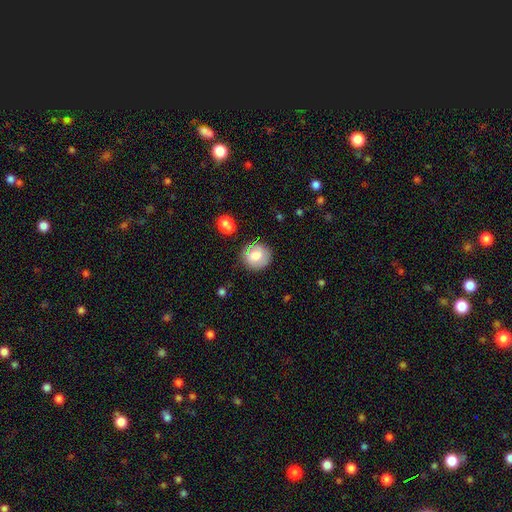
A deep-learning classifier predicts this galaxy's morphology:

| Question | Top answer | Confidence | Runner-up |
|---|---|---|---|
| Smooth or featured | smooth | 72% | featured or disk (18%) |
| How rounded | round | 86% | in between (13%) |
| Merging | none | 77% | minor disturbance (14%) |